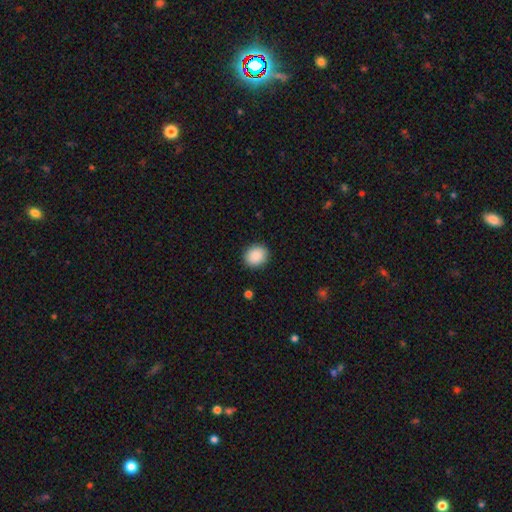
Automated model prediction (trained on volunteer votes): Smooth or featured? smooth (90%)
How rounded? round (74%)
Merging? none (90%)